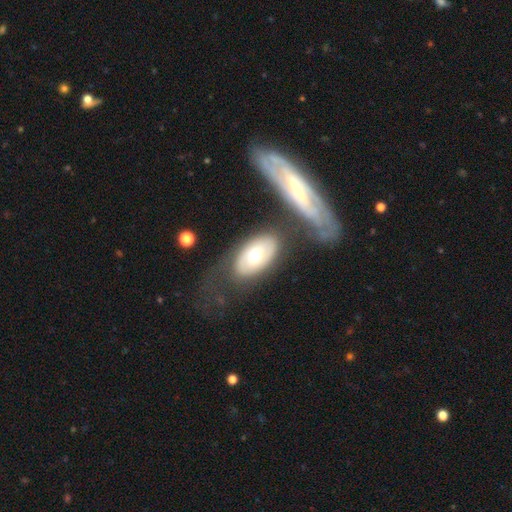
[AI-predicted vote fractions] Overall: smooth (52%; featured or disk 41%). How rounded: in between (90%). Merging: none (69%).